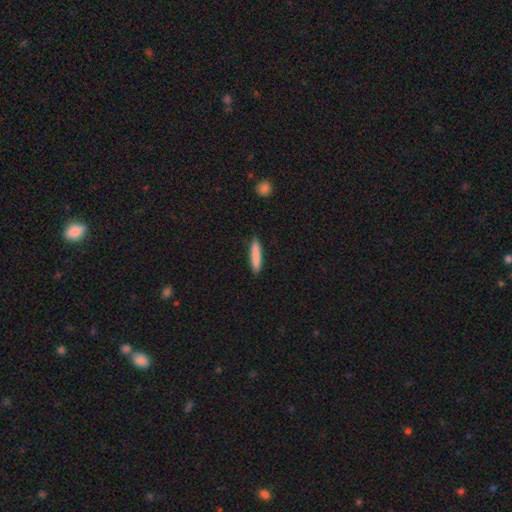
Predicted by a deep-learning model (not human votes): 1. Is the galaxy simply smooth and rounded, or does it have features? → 85% smooth, 9% featured or disk, 6% star or artifact.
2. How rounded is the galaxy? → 91% cigar-shaped, 8% in between, 1% round.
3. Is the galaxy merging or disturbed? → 90% none, 7% minor disturbance, 1% major disturbance, 1% merger.